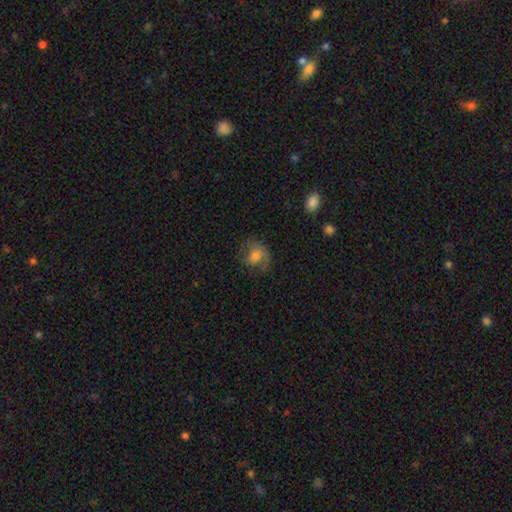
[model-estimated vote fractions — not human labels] smooth 62%, featured or disk 29%, star or artifact 10%. Down the decision tree: how rounded — round (61%); merging — none (56%).